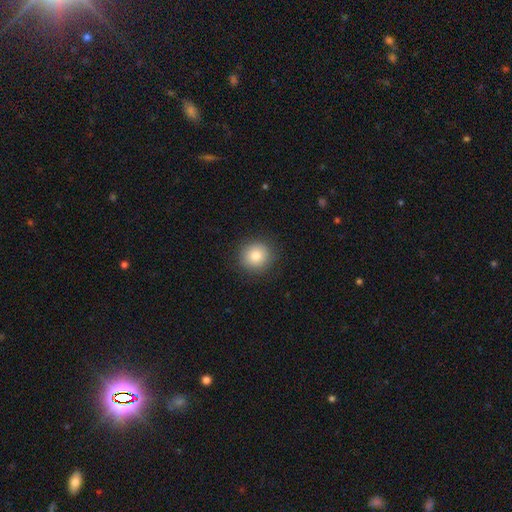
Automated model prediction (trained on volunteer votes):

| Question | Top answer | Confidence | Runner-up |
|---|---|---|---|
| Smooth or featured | smooth | 82% | star or artifact (10%) |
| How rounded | round | 92% | in between (7%) |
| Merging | none | 89% | minor disturbance (7%) |